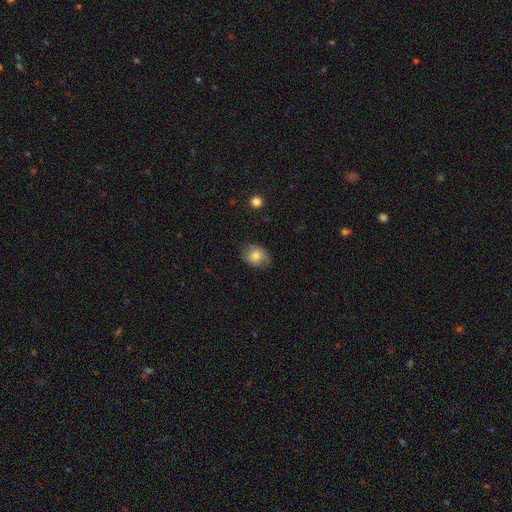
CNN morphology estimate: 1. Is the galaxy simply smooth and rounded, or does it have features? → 70% smooth, 22% featured or disk, 9% star or artifact.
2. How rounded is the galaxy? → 56% round, 43% in between, 1% cigar-shaped.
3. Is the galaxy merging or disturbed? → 68% none, 24% minor disturbance, 6% major disturbance, 1% merger.